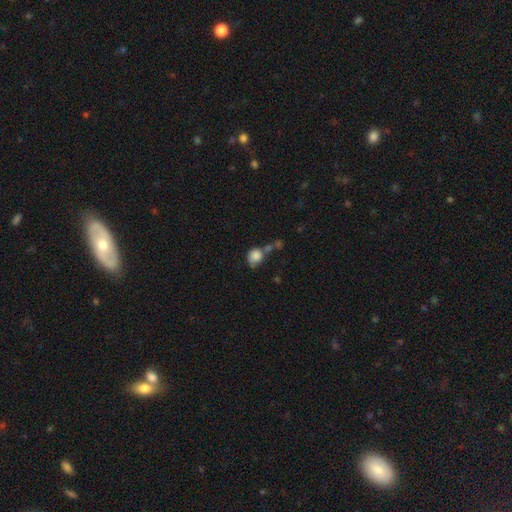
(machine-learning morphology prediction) smooth_or_featured: smooth (p=0.82) [alt: star or artifact p=0.09]
how_rounded: round (p=0.72) [alt: in between p=0.27]
merging: none (p=0.37) [alt: merger p=0.29]